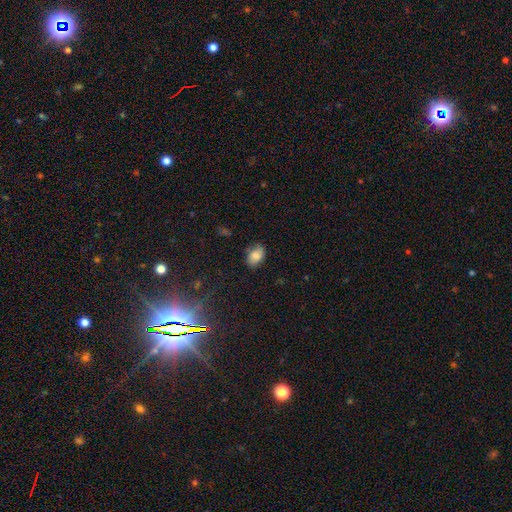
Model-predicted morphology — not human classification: A smooth galaxy with no disk features (81%) that is in between round and cigar-shaped (86%).

Vote fractions:
- Smooth or featured? smooth: 81% / featured or disk: 10% / star or artifact: 9%
- How rounded? in between: 86% / round: 13% / cigar-shaped: 1%
- Merging? none: 76% / minor disturbance: 19% / major disturbance: 4% / merger: 2%